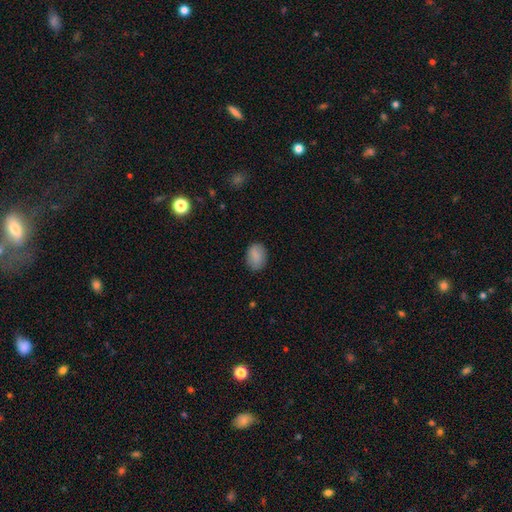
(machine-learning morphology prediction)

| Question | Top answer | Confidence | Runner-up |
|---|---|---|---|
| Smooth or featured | smooth | 85% | star or artifact (8%) |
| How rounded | in between | 74% | round (25%) |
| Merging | none | 83% | minor disturbance (13%) |